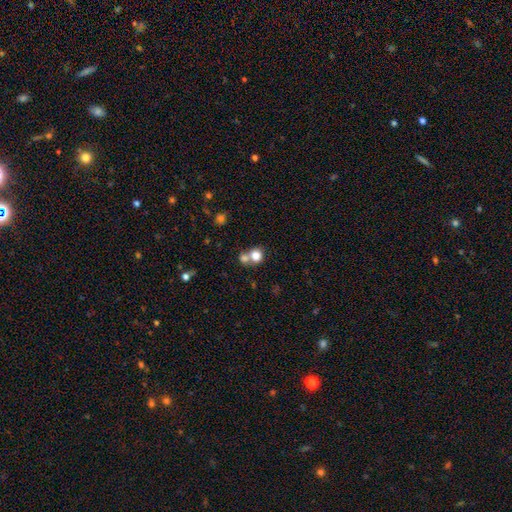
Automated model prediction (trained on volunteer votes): A smooth galaxy with no disk features (79%) that is round (82%).

Vote fractions:
- Smooth or featured? smooth: 79% / star or artifact: 11% / featured or disk: 10%
- How rounded? round: 82% / in between: 17% / cigar-shaped: 1%
- Merging? merger: 46% / none: 44% / minor disturbance: 7% / major disturbance: 3%